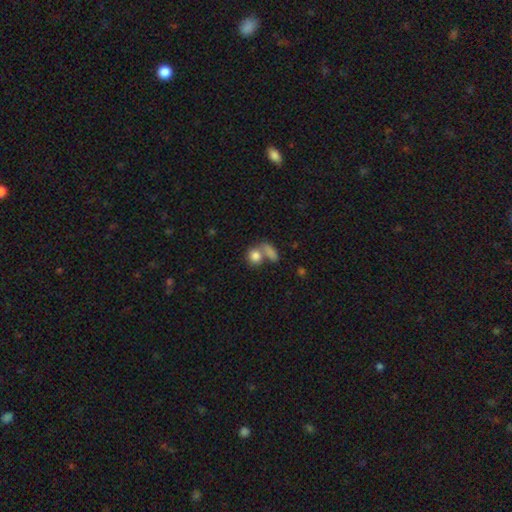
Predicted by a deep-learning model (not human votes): Q: Smooth or featured?
A: smooth (82%); runner-up: star or artifact (9%)
Q: How rounded?
A: round (64%); runner-up: in between (33%)
Q: Merging?
A: merger (46%); runner-up: none (39%)